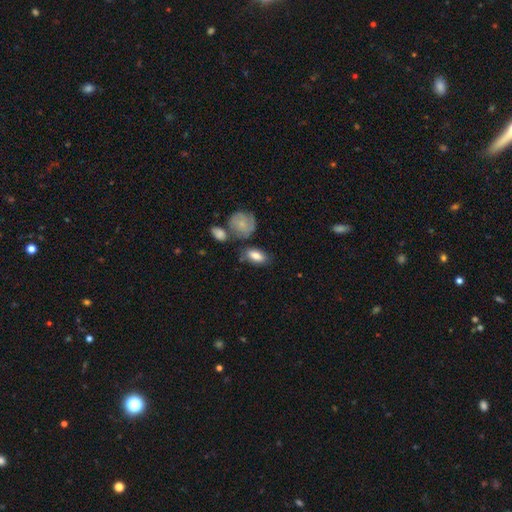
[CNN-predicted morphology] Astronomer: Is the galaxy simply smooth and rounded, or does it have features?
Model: smooth — 76%.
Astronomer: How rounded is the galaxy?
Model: in between — 86%.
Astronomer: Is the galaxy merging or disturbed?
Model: none — 62%.